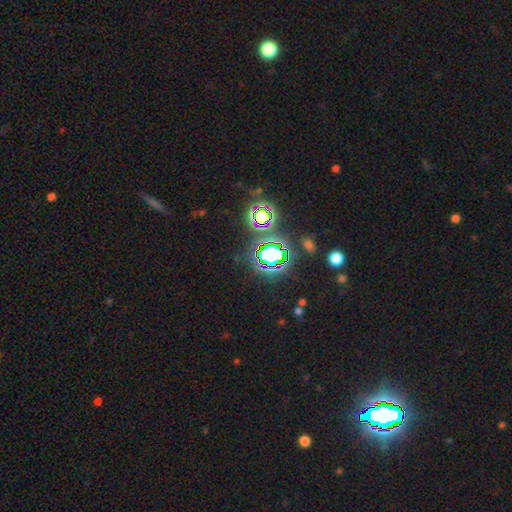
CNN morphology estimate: smooth_or_featured: star or artifact (p=0.80) [alt: smooth p=0.13]